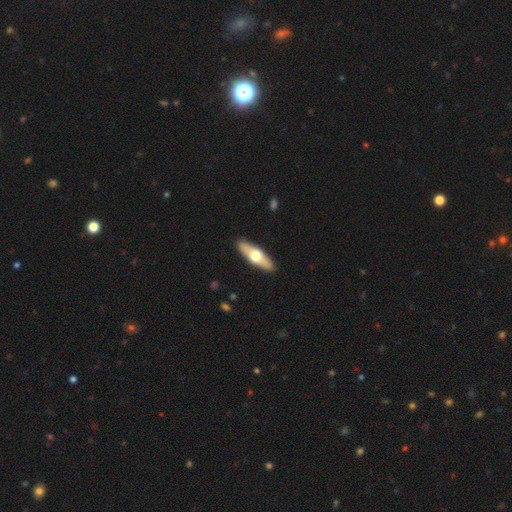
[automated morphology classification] A smooth galaxy with no disk features (49%). Merging: none (90%).